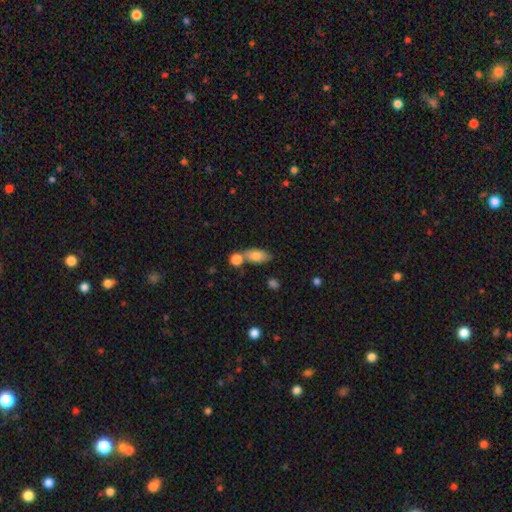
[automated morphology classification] The model was most divided on "merging": none: 53%, merger: 29%, minor disturbance: 14%, major disturbance: 5%. More confident: how rounded — in between (83%); smooth or featured — smooth (80%).